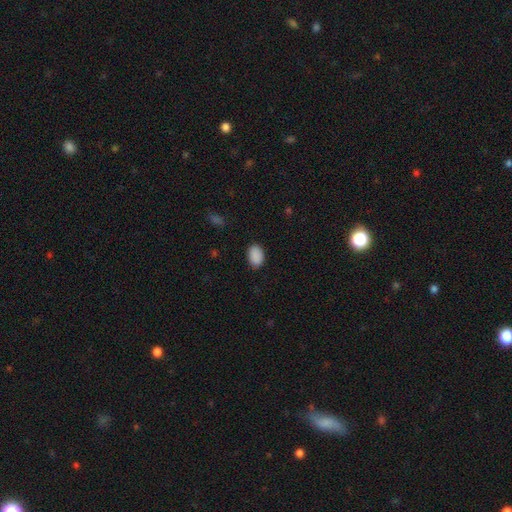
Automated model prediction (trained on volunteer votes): A smooth galaxy with no disk features (90%) that is in between round and cigar-shaped (87%).

Vote fractions:
- Smooth or featured? smooth: 90% / star or artifact: 7% / featured or disk: 3%
- How rounded? in between: 87% / round: 12% / cigar-shaped: 1%
- Merging? none: 87% / minor disturbance: 10% / major disturbance: 2% / merger: 1%